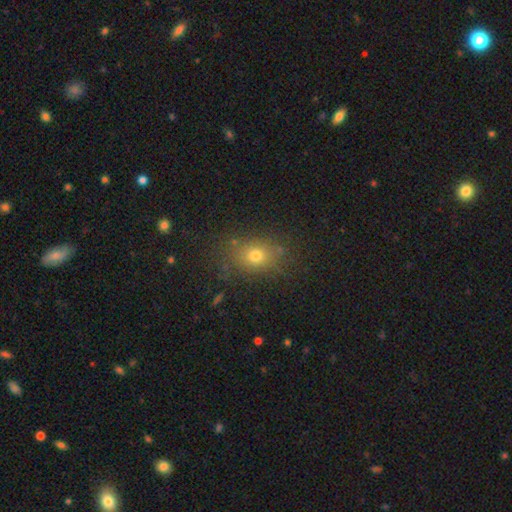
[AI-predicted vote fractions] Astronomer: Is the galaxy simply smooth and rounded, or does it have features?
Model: smooth — 71%.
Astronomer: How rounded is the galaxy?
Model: in between — 57% (runner-up: round, 41%).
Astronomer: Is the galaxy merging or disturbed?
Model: none — 78%.